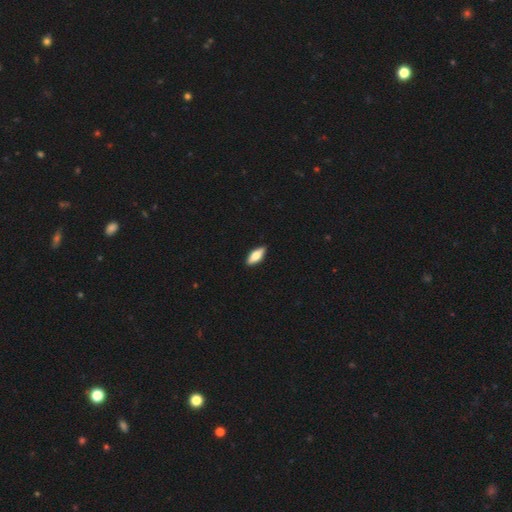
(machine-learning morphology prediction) Q: Smooth or featured?
A: smooth (69%); runner-up: featured or disk (25%)
Q: How rounded?
A: in between (68%); runner-up: cigar-shaped (29%)
Q: Merging?
A: none (90%); runner-up: minor disturbance (7%)